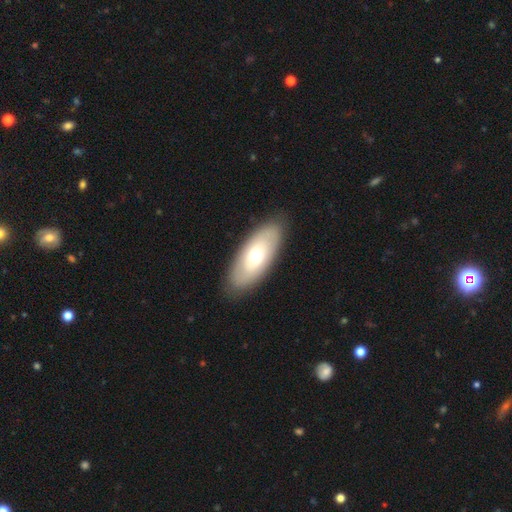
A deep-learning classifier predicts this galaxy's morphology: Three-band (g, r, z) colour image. It shows a smooth galaxy with no disk features (55%) that is in between round and cigar-shaped (86%). Merging: none (87%).